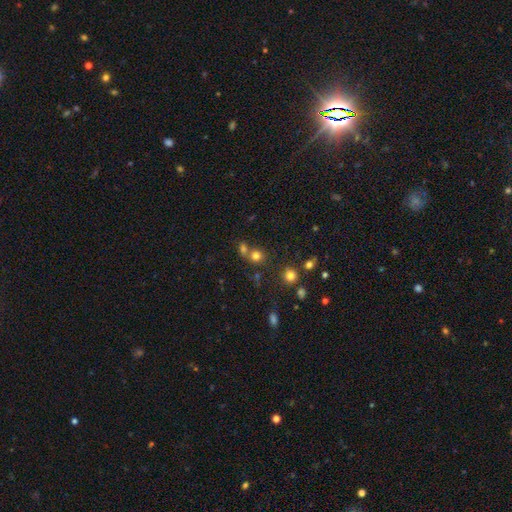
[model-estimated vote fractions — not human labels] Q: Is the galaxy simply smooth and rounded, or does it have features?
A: smooth — 72%.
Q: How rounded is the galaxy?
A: round — 83%.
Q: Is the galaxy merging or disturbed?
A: none — 54%.